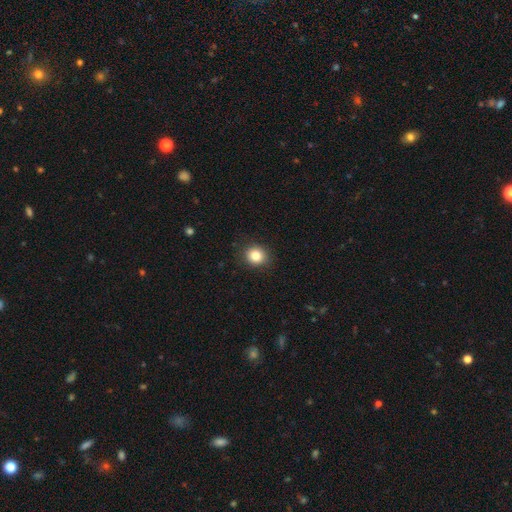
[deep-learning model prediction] smooth-or-featured: smooth: 83% | star or artifact: 11% | featured or disk: 6%
  how-rounded: round: 81% | in between: 18% | cigar-shaped: 1%
  merging: none: 89% | minor disturbance: 8% | major disturbance: 2% | merger: 1%